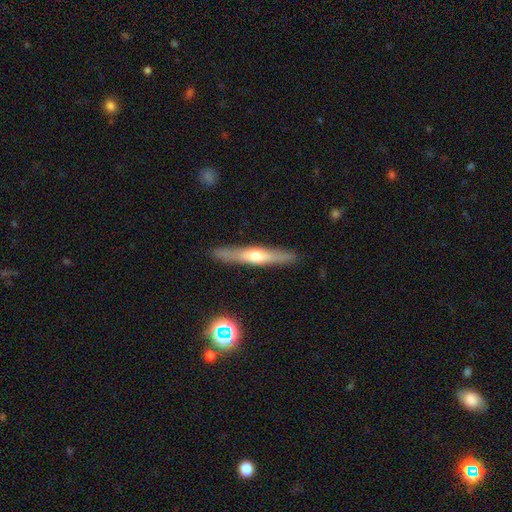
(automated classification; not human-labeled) smooth-or-featured: featured or disk: 59% | smooth: 36% | star or artifact: 6%
  disk-edge-on: yes: 94% | no: 6%
    edge-on-bulge: rounded: 89% | none: 7% | boxy: 4%
  merging: none: 90% | minor disturbance: 7% | major disturbance: 2% | merger: 1%